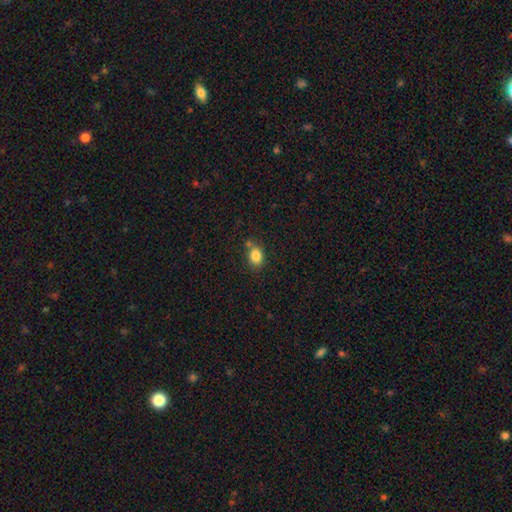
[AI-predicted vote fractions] Q: Smooth or featured?
A: smooth (84%); runner-up: star or artifact (10%)
Q: How rounded?
A: in between (62%); runner-up: round (36%)
Q: Merging?
A: none (72%); runner-up: minor disturbance (13%)